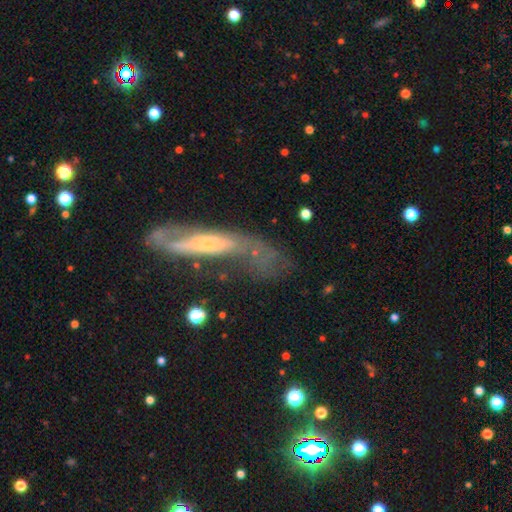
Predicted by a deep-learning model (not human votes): Smooth or featured: featured or disk — 68% (smooth — 24%)
Edge-on disk: no — 61% (yes — 39%)
Merging: none — 41% (major disturbance — 31%)